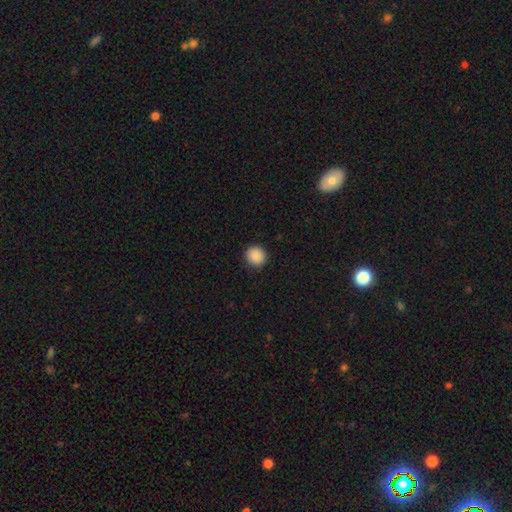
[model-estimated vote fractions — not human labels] Morphology: type=smooth (89%); roundness=round (91%); merging=none (91%).